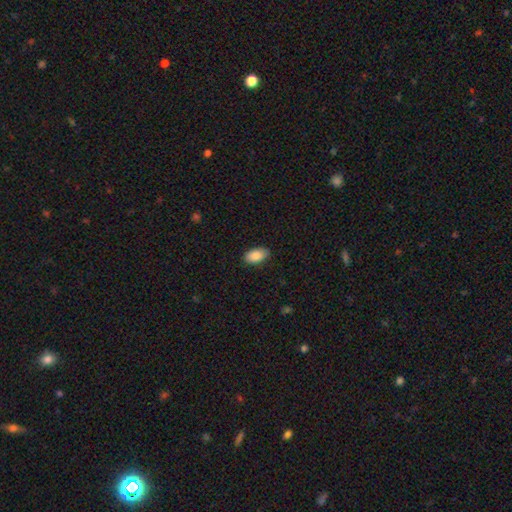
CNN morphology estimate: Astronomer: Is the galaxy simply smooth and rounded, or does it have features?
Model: smooth — 89%.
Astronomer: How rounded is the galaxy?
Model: in between — 94%.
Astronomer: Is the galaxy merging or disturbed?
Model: none — 86%.